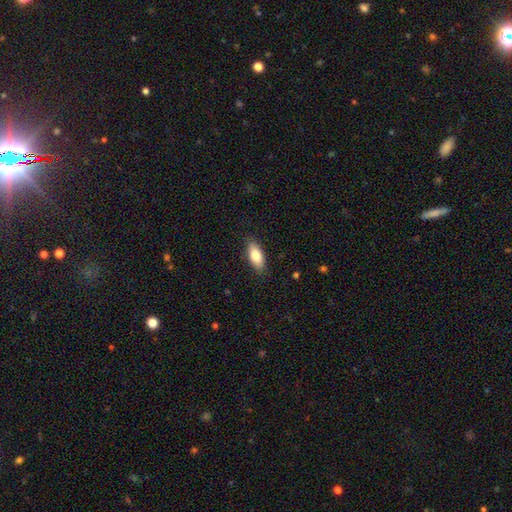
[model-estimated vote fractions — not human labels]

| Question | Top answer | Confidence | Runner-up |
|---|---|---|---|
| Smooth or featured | smooth | 79% | featured or disk (14%) |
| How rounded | in between | 83% | cigar-shaped (14%) |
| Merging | none | 87% | minor disturbance (10%) |